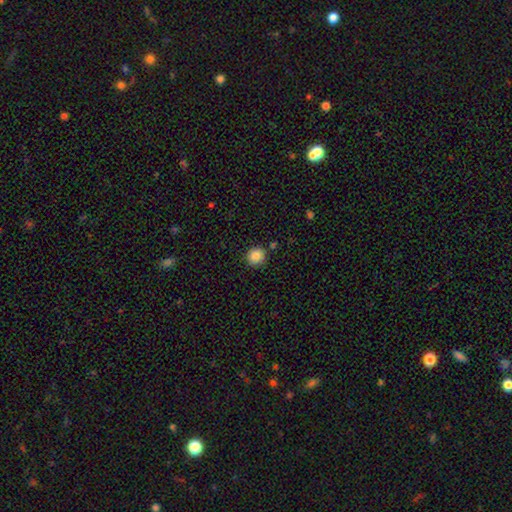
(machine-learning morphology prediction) Smooth or featured? smooth (87%)
How rounded? round (90%)
Merging? none (87%)